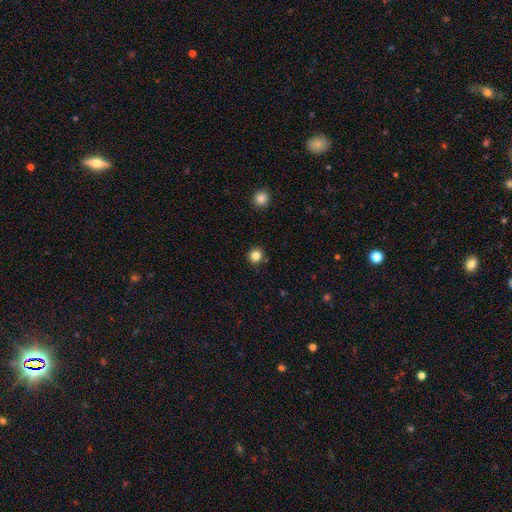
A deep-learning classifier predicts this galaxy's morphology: Smooth or featured? smooth (83%)
How rounded? round (89%)
Merging? none (88%)